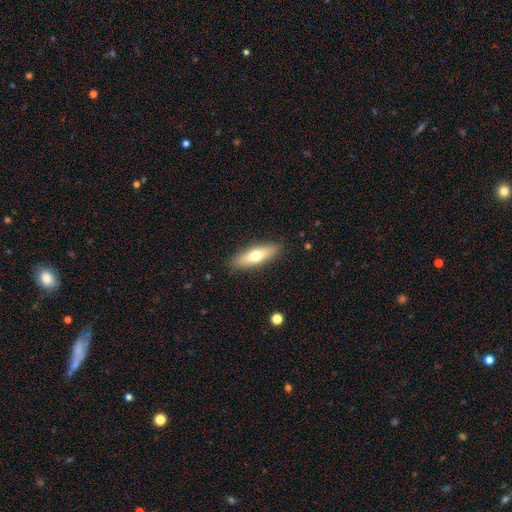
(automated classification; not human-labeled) smooth-or-featured: smooth: 62% | featured or disk: 32% | star or artifact: 6%
  how-rounded: cigar-shaped: 55% | in between: 43% | round: 2%
  merging: none: 89% | minor disturbance: 8% | major disturbance: 2% | merger: 1%